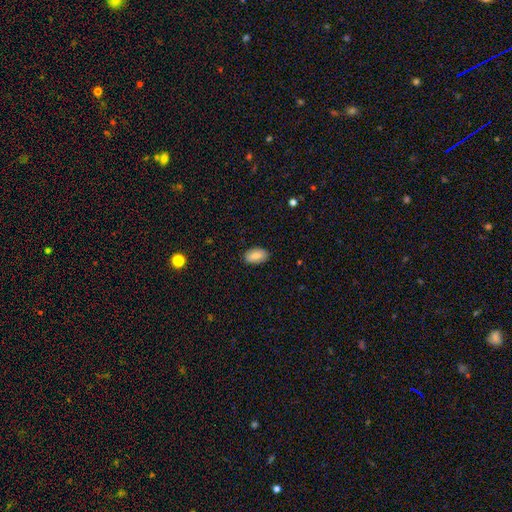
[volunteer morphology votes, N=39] This appears to be a smooth galaxy with no disk features (90%) that is in between round and cigar-shaped (94%). Merging: none (94%).